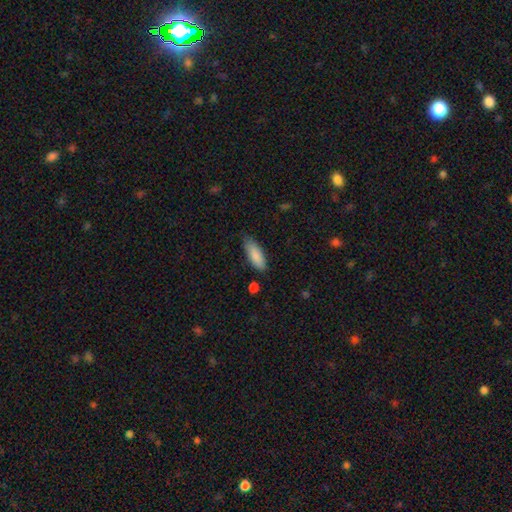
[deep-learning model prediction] This appears to be a smooth galaxy with no disk features (87%) that is in between round and cigar-shaped (70%). Merging: none (72%).